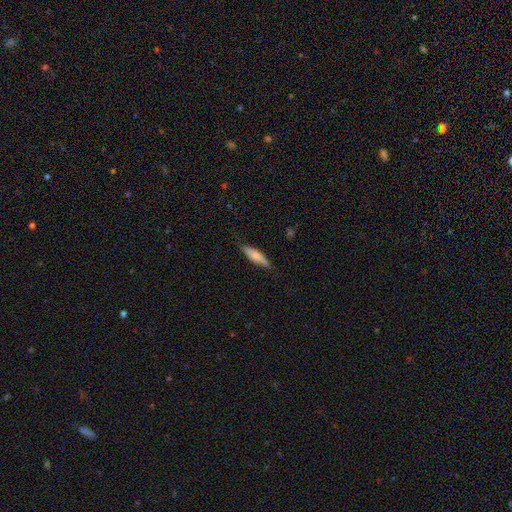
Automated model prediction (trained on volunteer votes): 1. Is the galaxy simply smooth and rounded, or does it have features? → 70% smooth, 24% featured or disk, 6% star or artifact.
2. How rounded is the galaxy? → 69% cigar-shaped, 30% in between, 2% round.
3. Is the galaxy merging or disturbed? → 77% none, 18% minor disturbance, 3% major disturbance, 1% merger.